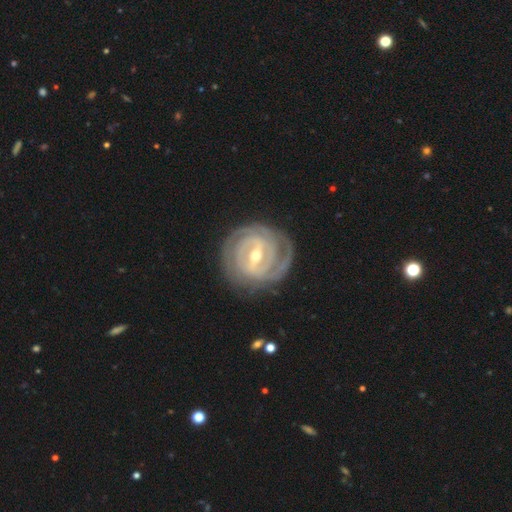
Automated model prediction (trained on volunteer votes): Smooth or featured? Predicted: featured or disk (p=0.91). Edge-on disk? Predicted: no (p=0.97). Bar? Predicted: strong (p=0.56). Spiral arms? Predicted: yes (p=0.97). Spiral winding? Predicted: tight (p=0.81). Spiral arm count? Predicted: 2 (p=0.35). Bulge size? Predicted: moderate (p=0.50). Merging? Predicted: none (p=0.82).